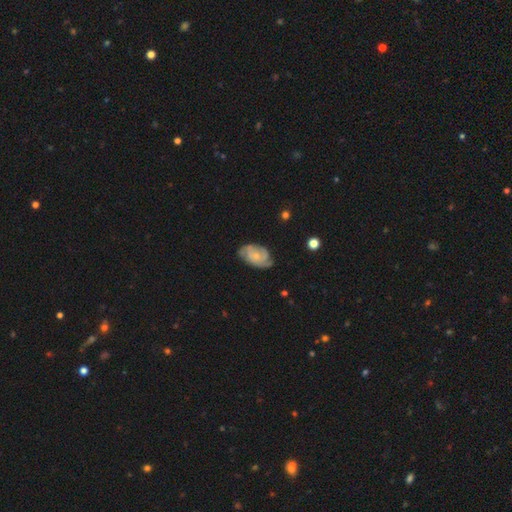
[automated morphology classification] Smooth or featured?
  - featured or disk: 73% *
  - smooth: 21%
  - star or artifact: 6%
Edge-on disk?
  - no: 96% *
  - yes: 4%
Bar?
  - no: 74% *
  - weak: 23%
  - strong: 4%
Spiral arms?
  - yes: 92% *
  - no: 8%
Spiral winding?
  - tight: 56% *
  - medium: 34%
  - loose: 10%
Spiral arm count?
  - 2: 33% *
  - can't tell: 28%
  - 3: 24%
  - 4: 7%
  - 1: 5%
  - more than 4: 4%
Bulge size?
  - small: 66% *
  - moderate: 28%
  - none: 3%
  - large: 1%
  - dominant: 1%
Merging?
  - none: 66% *
  - minor disturbance: 25%
  - major disturbance: 7%
  - merger: 1%